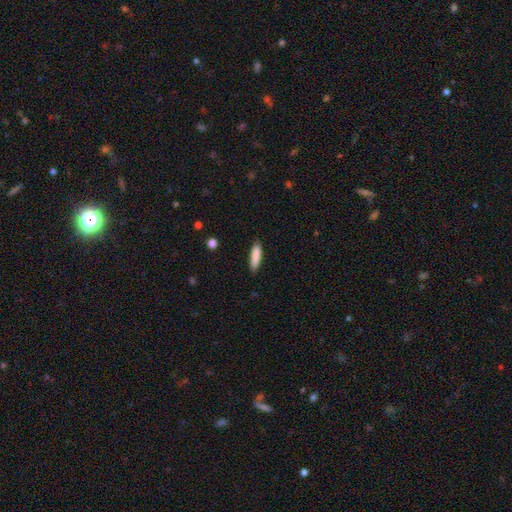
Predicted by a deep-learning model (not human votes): Smooth or featured?
  - smooth: 86% *
  - featured or disk: 8%
  - star or artifact: 6%
How rounded?
  - cigar-shaped: 76% *
  - in between: 23%
  - round: 1%
Merging?
  - none: 87% *
  - minor disturbance: 10%
  - major disturbance: 2%
  - merger: 1%